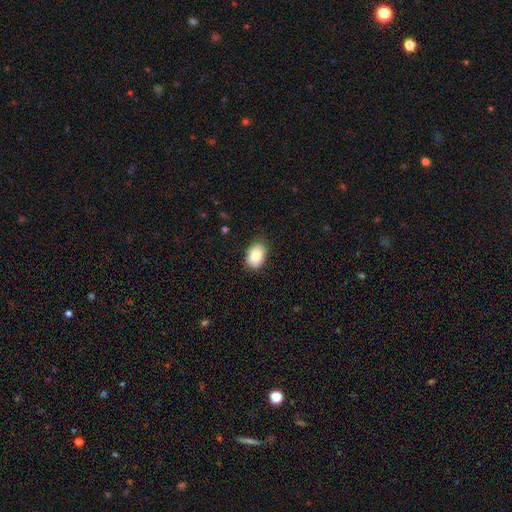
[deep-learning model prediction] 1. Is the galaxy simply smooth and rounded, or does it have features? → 86% smooth, 7% featured or disk, 7% star or artifact.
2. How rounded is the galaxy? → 87% in between, 12% round, 1% cigar-shaped.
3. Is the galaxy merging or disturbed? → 80% none, 16% minor disturbance, 3% major disturbance, 1% merger.